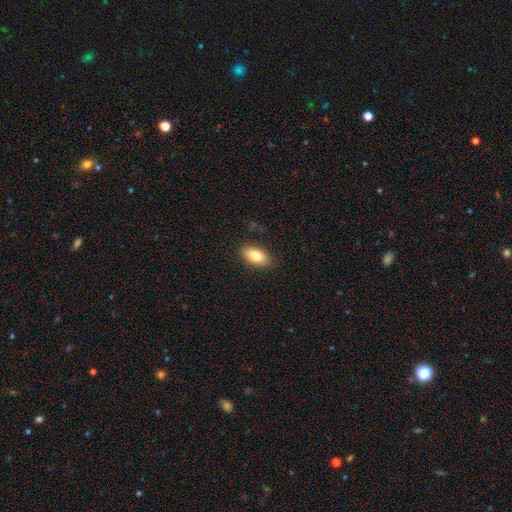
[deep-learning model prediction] A smooth galaxy with no disk features (83%) that is in between round and cigar-shaped (90%). Merging: none (86%).